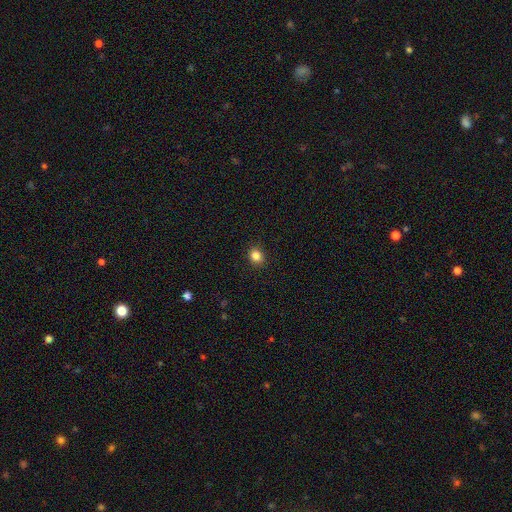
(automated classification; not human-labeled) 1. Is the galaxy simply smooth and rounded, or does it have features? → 84% smooth, 11% star or artifact, 4% featured or disk.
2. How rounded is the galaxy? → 70% round, 29% in between, 1% cigar-shaped.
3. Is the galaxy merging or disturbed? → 91% none, 6% minor disturbance, 2% major disturbance, 1% merger.